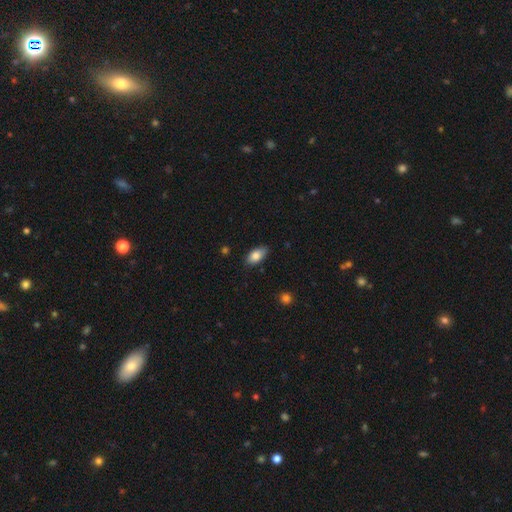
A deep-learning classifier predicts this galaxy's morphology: smooth_or_featured: smooth (p=0.84) [alt: featured or disk p=0.09]
how_rounded: in between (p=0.91) [alt: cigar-shaped p=0.05]
merging: none (p=0.82) [alt: minor disturbance p=0.14]